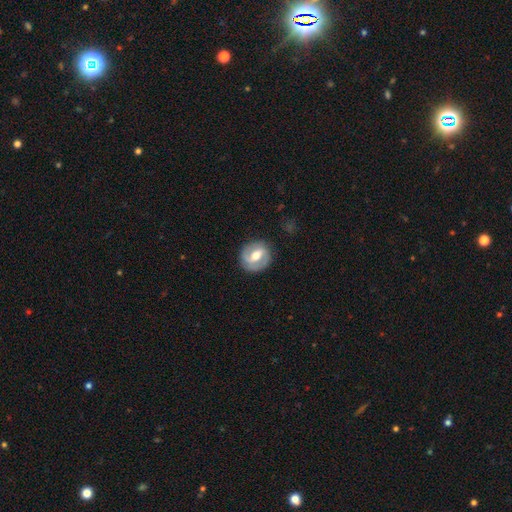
Smooth or featured? 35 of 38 (92%) said featured or disk. Edge-on disk? 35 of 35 (100%) said no. Bar? 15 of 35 (43%) said weak. Spiral arms? 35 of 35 (100%) said yes. Spiral winding? 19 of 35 (54%) said medium. Spiral arm count? 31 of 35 (89%) said 2. Bulge size? 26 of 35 (74%) said moderate. Merging? 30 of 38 (79%) said none.